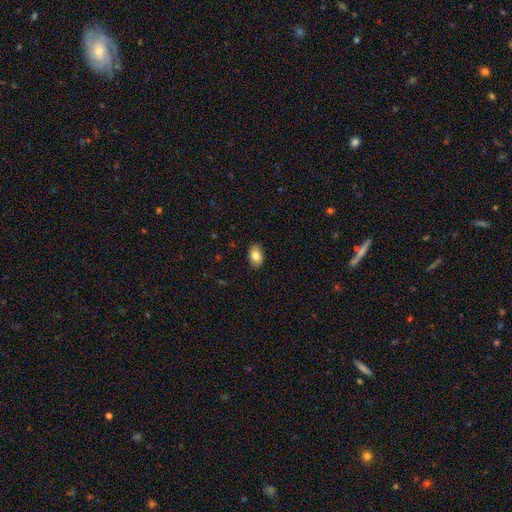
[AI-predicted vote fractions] This is clearly a smooth galaxy (83%). How rounded: clearly in between (88%). Merging: clearly none (87%).